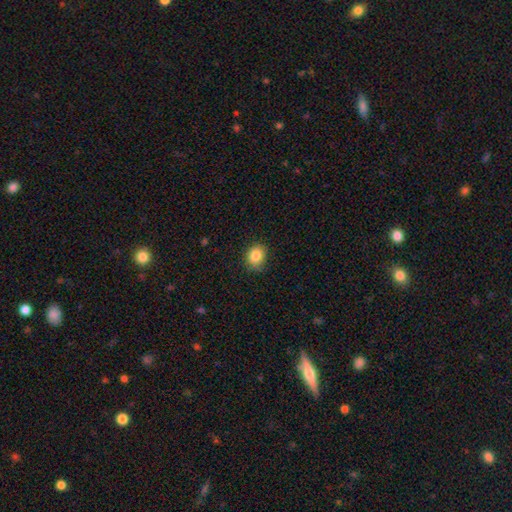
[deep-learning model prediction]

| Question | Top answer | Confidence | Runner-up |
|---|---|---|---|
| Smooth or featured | smooth | 84% | star or artifact (10%) |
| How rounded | round | 67% | in between (33%) |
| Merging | none | 78% | minor disturbance (18%) |